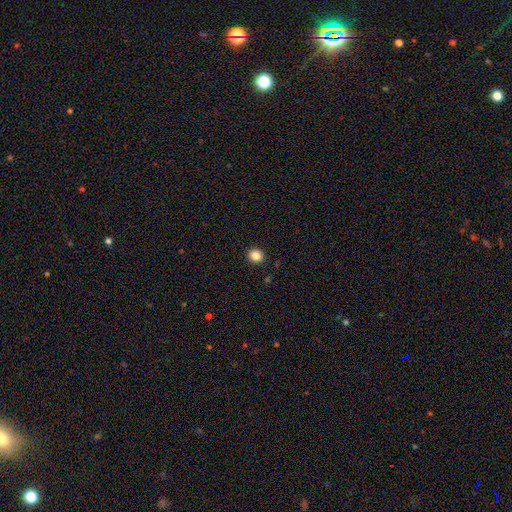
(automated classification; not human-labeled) The model was most divided on "how rounded": round: 82%, in between: 17%, cigar-shaped: 1%. More confident: merging — none (92%); smooth or featured — smooth (85%).